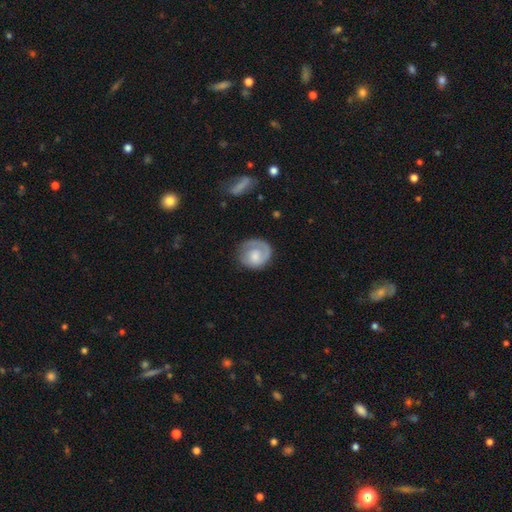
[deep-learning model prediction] Smooth or featured?
  - featured or disk: 51% *
  - smooth: 43%
  - star or artifact: 6%
Edge-on disk?
  - no: 98% *
  - yes: 2%
Bar?
  - no: 72% *
  - weak: 25%
  - strong: 4%
Spiral arms?
  - yes: 80% *
  - no: 20%
Bulge size?
  - moderate: 42% *
  - small: 27%
  - large: 16%
  - none: 13%
  - dominant: 2%
Merging?
  - none: 68% *
  - minor disturbance: 18%
  - major disturbance: 11%
  - merger: 2%